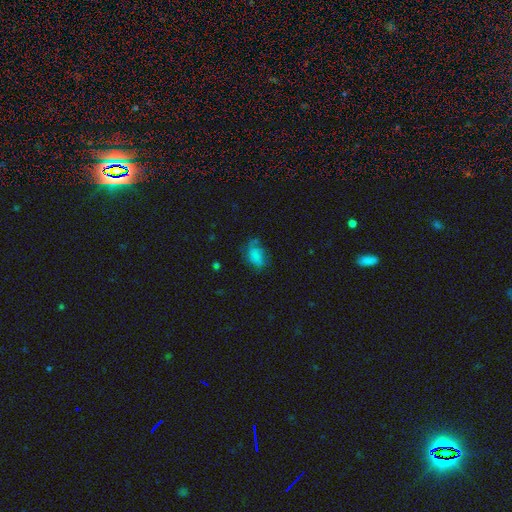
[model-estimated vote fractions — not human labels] Smooth or featured? Predicted: smooth (p=0.70). How rounded? Predicted: in between (p=0.85). Merging? Predicted: none (p=0.49).